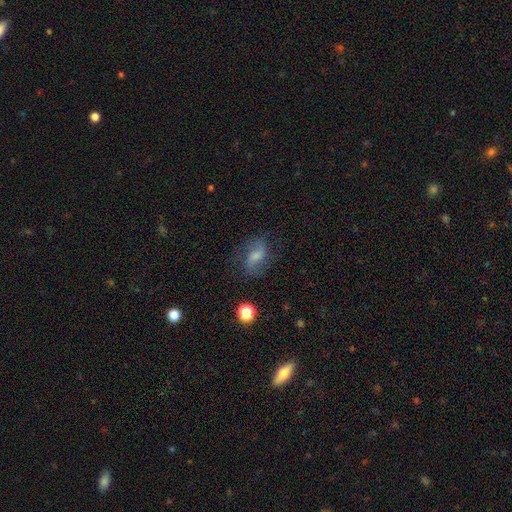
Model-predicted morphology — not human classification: smooth-or-featured: featured or disk: 49% | smooth: 37% | star or artifact: 14%
  merging: none: 73% | minor disturbance: 17% | major disturbance: 9% | merger: 2%